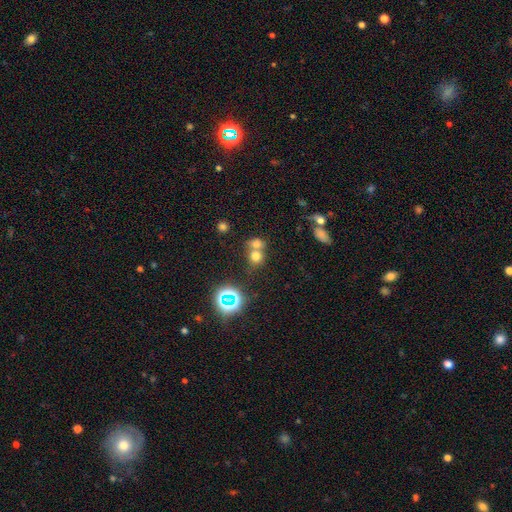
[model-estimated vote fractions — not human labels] A smooth galaxy with no disk features (67%) that is round (74%). Merging: merger (51%).